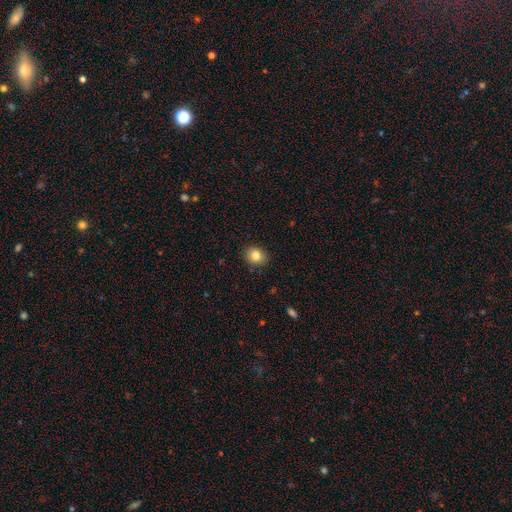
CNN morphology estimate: Smooth or featured?
  - smooth: 83% *
  - star or artifact: 10%
  - featured or disk: 7%
How rounded?
  - round: 65% *
  - in between: 34%
  - cigar-shaped: 1%
Merging?
  - none: 88% *
  - minor disturbance: 8%
  - major disturbance: 2%
  - merger: 1%